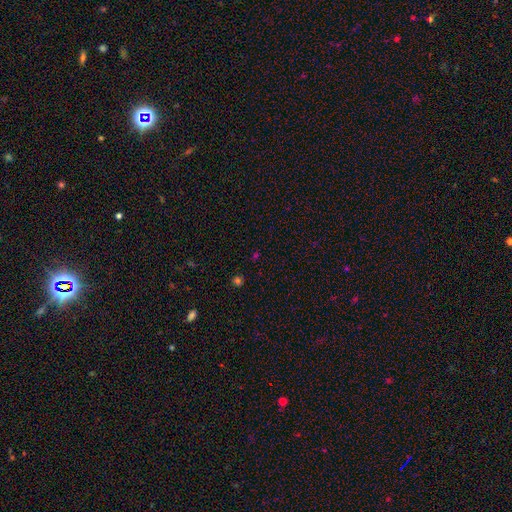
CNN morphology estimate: Smooth or featured? star or artifact (47%)